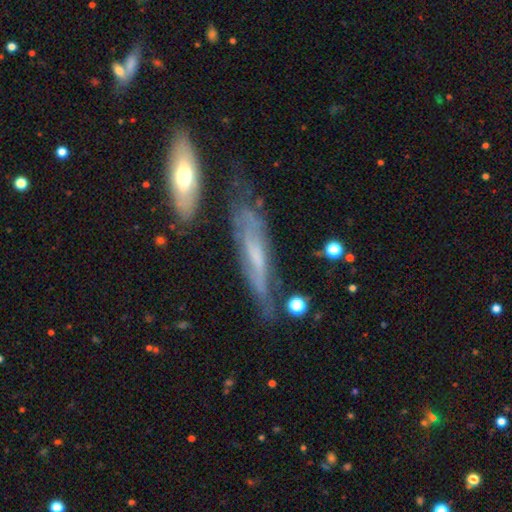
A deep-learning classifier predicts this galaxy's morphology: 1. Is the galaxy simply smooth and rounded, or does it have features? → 59% featured or disk, 33% smooth, 8% star or artifact.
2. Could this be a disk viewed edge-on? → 50% no (tied), 50% yes (tied).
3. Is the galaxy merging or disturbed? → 53% none, 27% minor disturbance, 13% major disturbance, 6% merger.